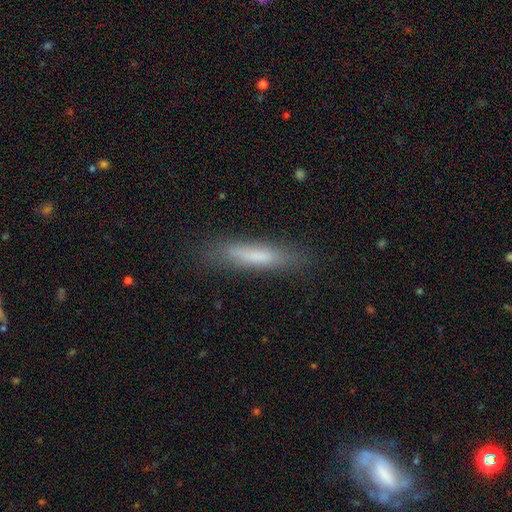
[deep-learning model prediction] Smooth or featured?
  - smooth: 70% *
  - featured or disk: 22%
  - star or artifact: 8%
How rounded?
  - cigar-shaped: 86% *
  - in between: 12%
  - round: 1%
Merging?
  - none: 81% *
  - minor disturbance: 13%
  - major disturbance: 4%
  - merger: 1%